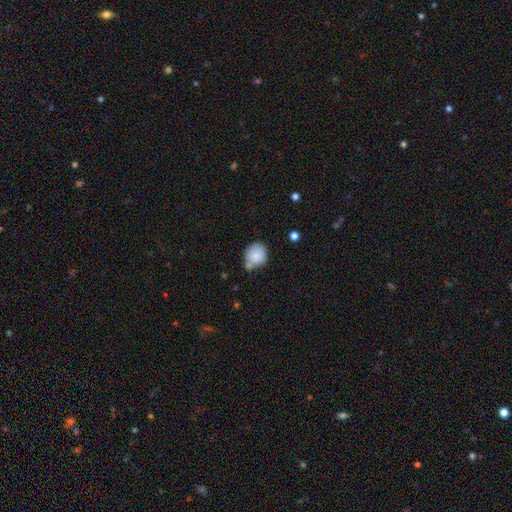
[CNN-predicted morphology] smooth_or_featured: smooth (p=0.83) [alt: featured or disk p=0.09]
how_rounded: round (p=0.81) [alt: in between p=0.18]
merging: none (p=0.55) [alt: minor disturbance p=0.21]